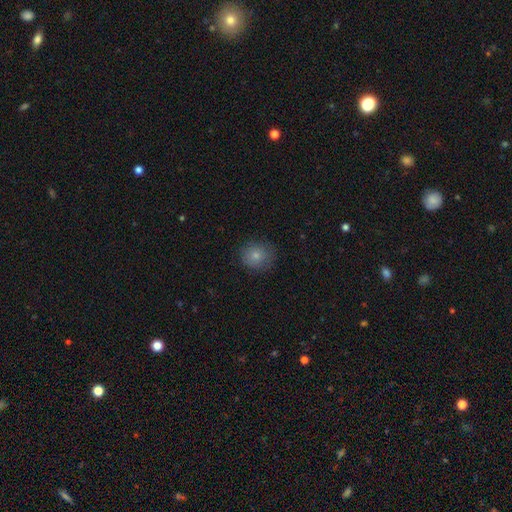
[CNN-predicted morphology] smooth 78%, featured or disk 11%, star or artifact 11%. Down the decision tree: how rounded — round (79%); merging — none (80%).